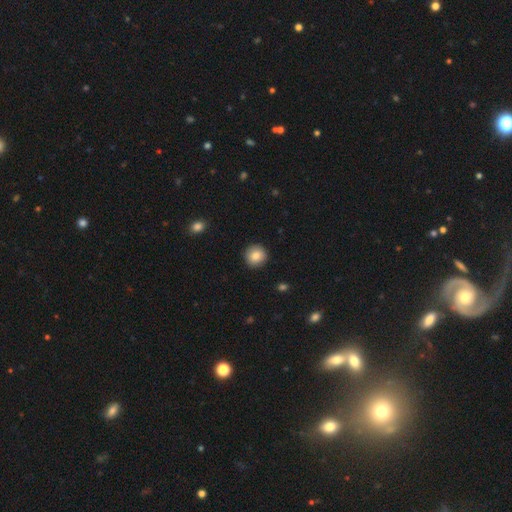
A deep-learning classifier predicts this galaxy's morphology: Smooth or featured? smooth (84%)
How rounded? round (94%)
Merging? none (91%)